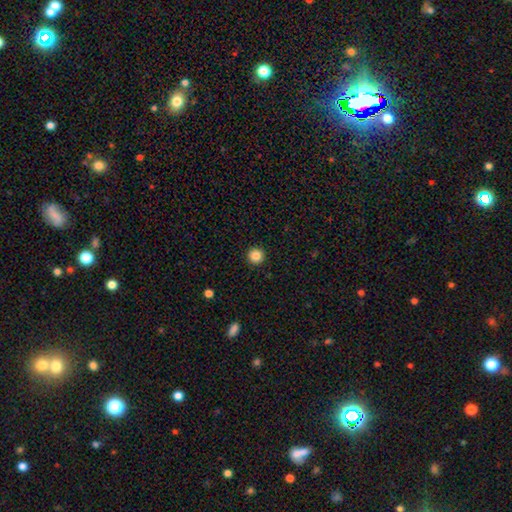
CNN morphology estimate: smooth 86%, star or artifact 11%, featured or disk 4%. Down the decision tree: how rounded — round (96%); merging — none (94%).